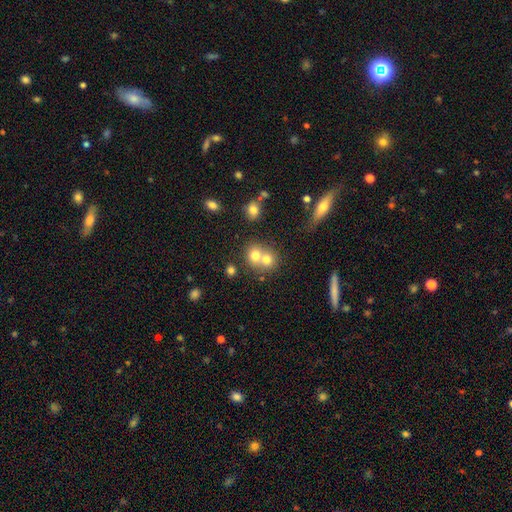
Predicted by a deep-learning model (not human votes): A smooth galaxy with no disk features (72%) that is round (77%). Merging: merger (61%).